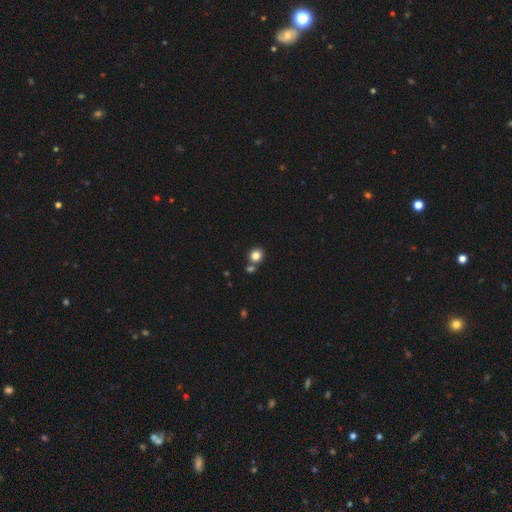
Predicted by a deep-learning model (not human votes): This appears to be a smooth galaxy with no disk features (83%) that is round (84%). Merging: none (70%).